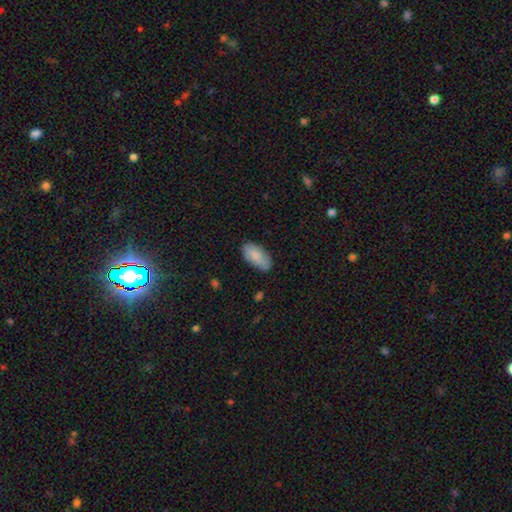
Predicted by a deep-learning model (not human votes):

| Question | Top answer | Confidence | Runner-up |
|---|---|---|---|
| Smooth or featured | smooth | 83% | featured or disk (11%) |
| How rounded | in between | 92% | cigar-shaped (6%) |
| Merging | none | 78% | minor disturbance (17%) |